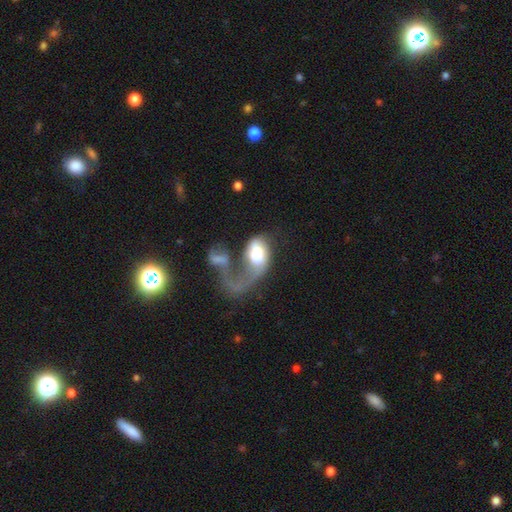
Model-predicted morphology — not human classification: This appears to be a featured or disk galaxy (46%, tied with smooth). Merging: major disturbance (43%).